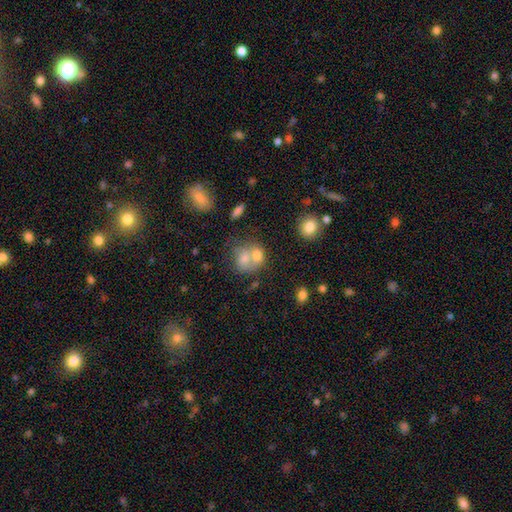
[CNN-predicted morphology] smooth-or-featured: smooth: 67% | featured or disk: 21% | star or artifact: 12%
  how-rounded: round: 57% | in between: 41% | cigar-shaped: 1%
  merging: merger: 61% | none: 24% | minor disturbance: 9% | major disturbance: 6%